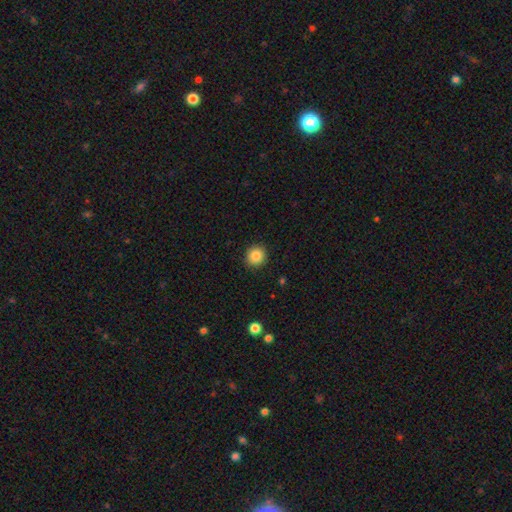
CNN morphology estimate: The model was most divided on "smooth or featured": smooth: 86%, star or artifact: 9%, featured or disk: 4%. More confident: how rounded — round (91%); merging — none (91%).